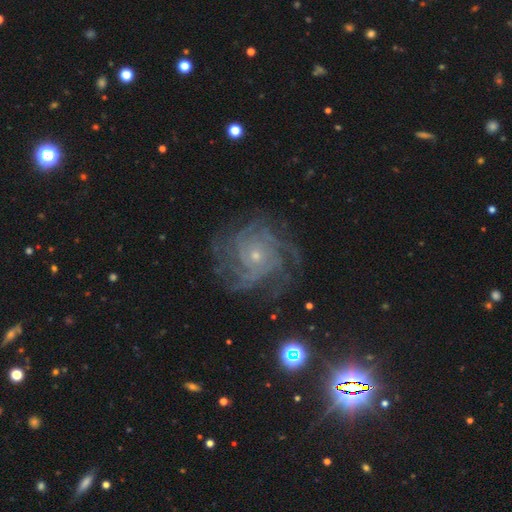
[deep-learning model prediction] The model was most divided on "spiral arm count": 4: 26%, can't tell: 23%, more than 4: 21%, 3: 13%, 2: 9%, 1: 7%. More confident: edge-on disk — no (97%); spiral arms — yes (97%); smooth or featured — featured or disk (86%); bar — no (79%); bulge size — small (77%); merging — none (74%); spiral winding — tight (66%).